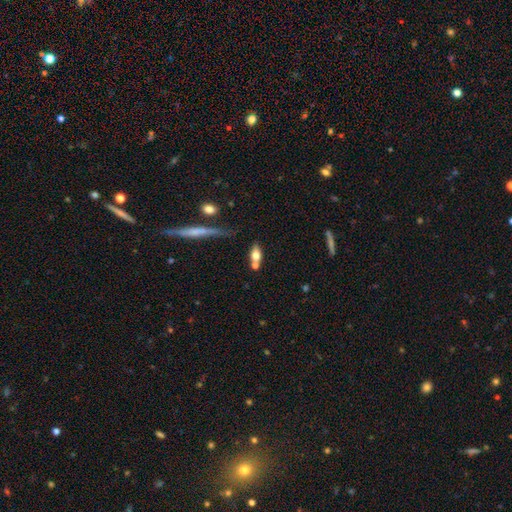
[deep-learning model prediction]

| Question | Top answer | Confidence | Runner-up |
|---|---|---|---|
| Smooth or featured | smooth | 67% | featured or disk (24%) |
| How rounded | in between | 72% | cigar-shaped (17%) |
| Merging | none | 51% | merger (30%) |